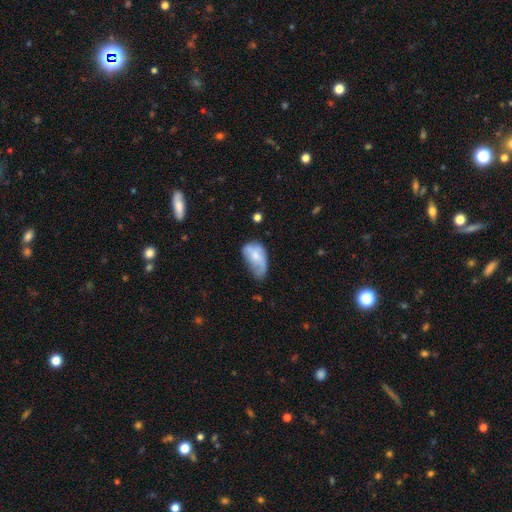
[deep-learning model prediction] This appears to be a smooth galaxy with no disk features (56%) that is in between round and cigar-shaped (91%). Merging: minor disturbance (37%).